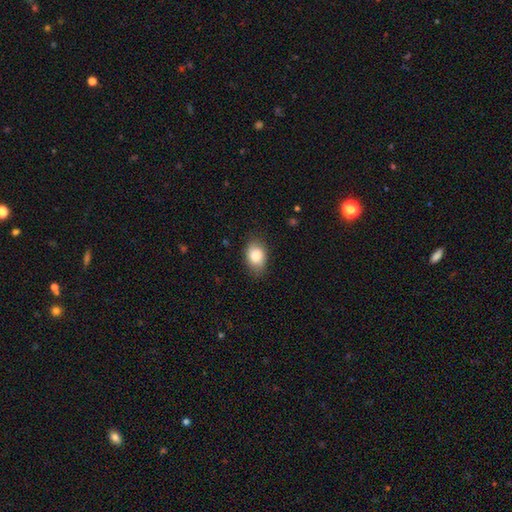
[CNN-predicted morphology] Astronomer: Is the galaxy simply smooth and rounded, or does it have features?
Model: smooth — 85%.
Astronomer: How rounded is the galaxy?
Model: in between — 82%.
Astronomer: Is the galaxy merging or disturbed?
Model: none — 79%.